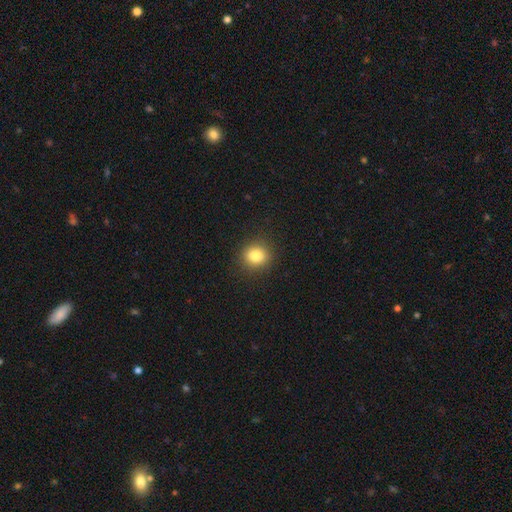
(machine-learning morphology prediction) A smooth galaxy with no disk features (82%) that is round (79%). Merging: none (90%).